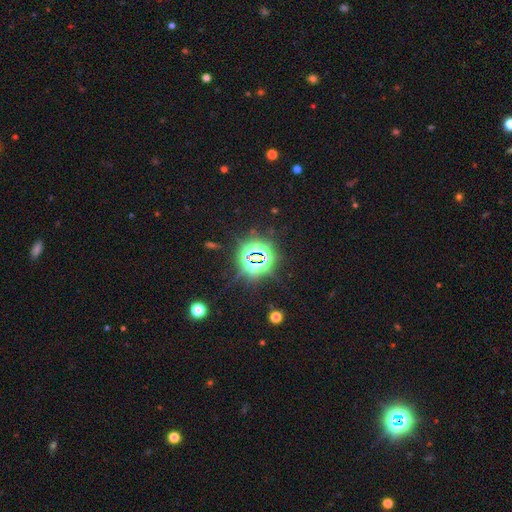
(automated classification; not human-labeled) Smooth or featured? Predicted: star or artifact (p=0.82).